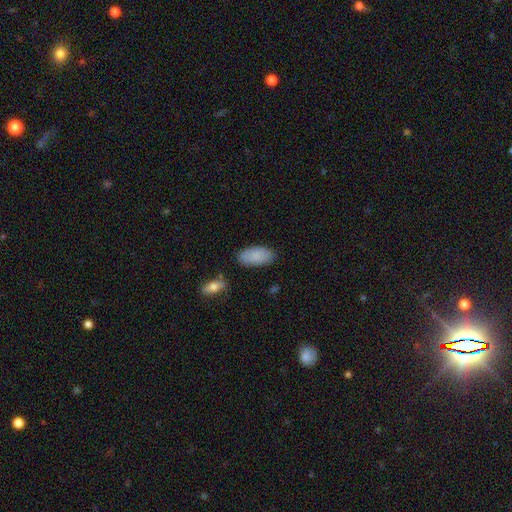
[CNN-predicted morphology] The model was most divided on "merging": none: 82%, minor disturbance: 13%, major disturbance: 3%, merger: 2%. More confident: how rounded — in between (95%); smooth or featured — smooth (86%).